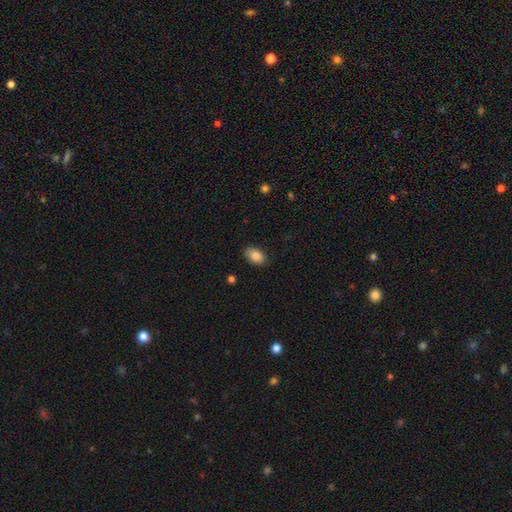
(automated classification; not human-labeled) Q: Smooth or featured?
A: smooth (86%); runner-up: star or artifact (8%)
Q: How rounded?
A: in between (89%); runner-up: round (10%)
Q: Merging?
A: none (86%); runner-up: minor disturbance (11%)